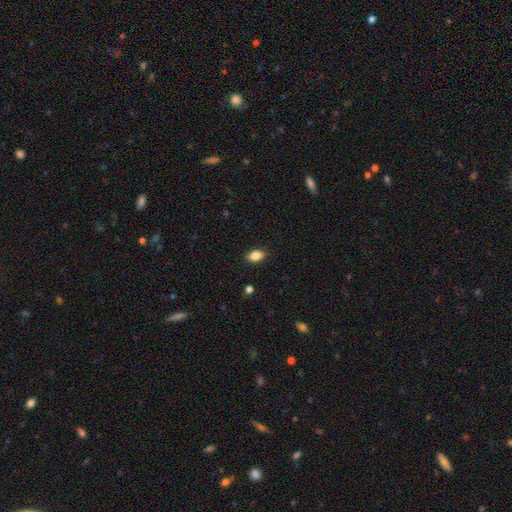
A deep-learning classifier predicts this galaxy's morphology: Smooth or featured?
  - smooth: 85% *
  - star or artifact: 8%
  - featured or disk: 6%
How rounded?
  - in between: 90% *
  - round: 7%
  - cigar-shaped: 3%
Merging?
  - none: 89% *
  - minor disturbance: 8%
  - major disturbance: 2%
  - merger: 1%